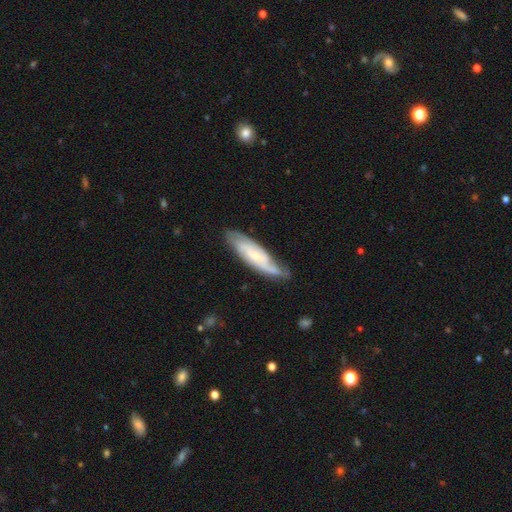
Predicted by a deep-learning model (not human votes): Smooth or featured? Predicted: featured or disk (p=0.67). Edge-on disk? Predicted: no (p=0.77). Bar? Predicted: no (p=0.56). Spiral arms? Predicted: yes (p=0.91). Bulge size? Predicted: small (p=0.67). Merging? Predicted: none (p=0.68).